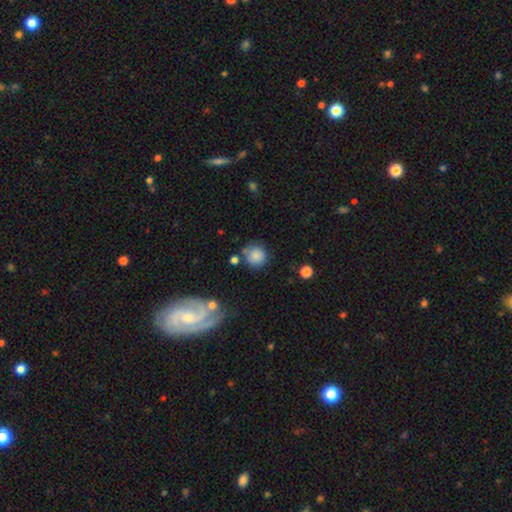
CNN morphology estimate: Smooth or featured? smooth (82%)
How rounded? round (91%)
Merging? none (72%)